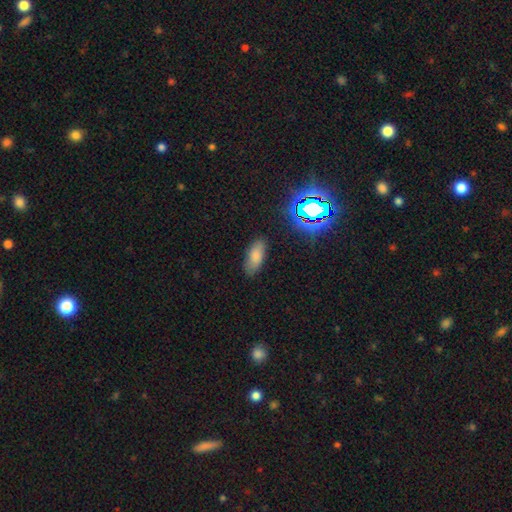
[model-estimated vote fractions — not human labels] This appears to be a smooth galaxy with no disk features (78%) that is in between round and cigar-shaped (83%). Merging: none (83%).